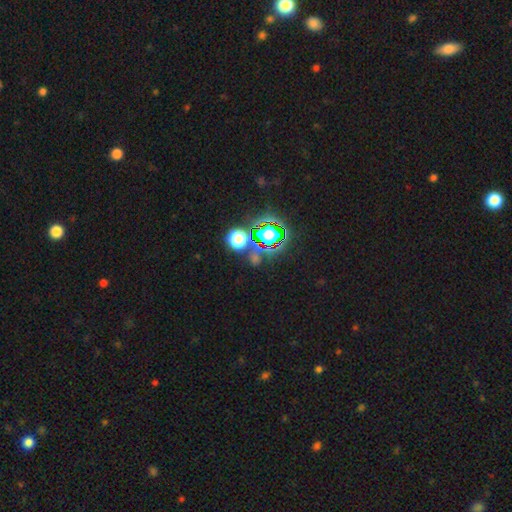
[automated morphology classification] This is likely a star or artifact rather than a galaxy (67%).